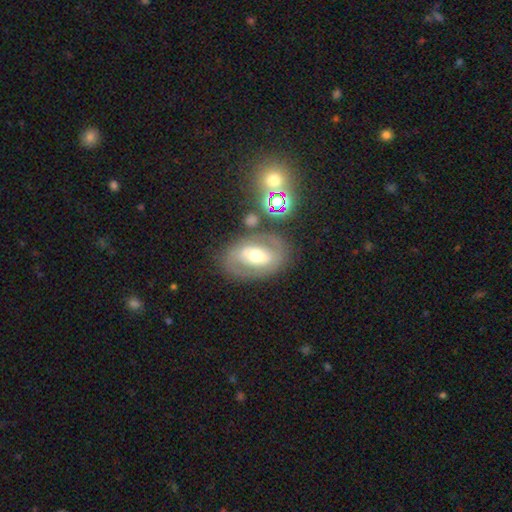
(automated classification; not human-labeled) Smooth or featured: featured or disk — 60% (smooth — 31%)
Edge-on disk: no — 93% (yes — 7%)
Bar: no — 43% (weak — 29%)
Spiral arms: no — 61% (yes — 39%)
Bulge size: moderate — 69% (small — 18%)
Merging: none — 73% (minor disturbance — 14%)